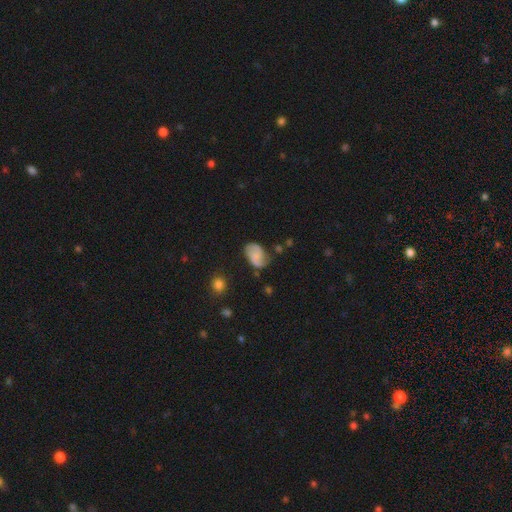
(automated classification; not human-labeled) The model was most divided on "smooth or featured": featured or disk: 50%, smooth: 41%, star or artifact: 10%. More confident: merging — none (54%).